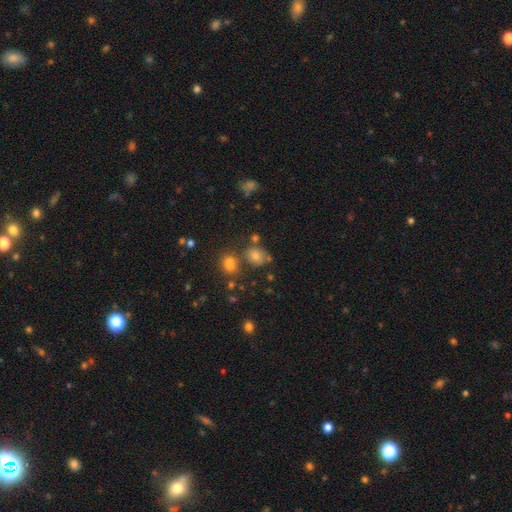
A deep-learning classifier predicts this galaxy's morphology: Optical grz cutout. It shows a smooth galaxy with no disk features (70%) that is in between round and cigar-shaped (50%). Merging: none (57%).